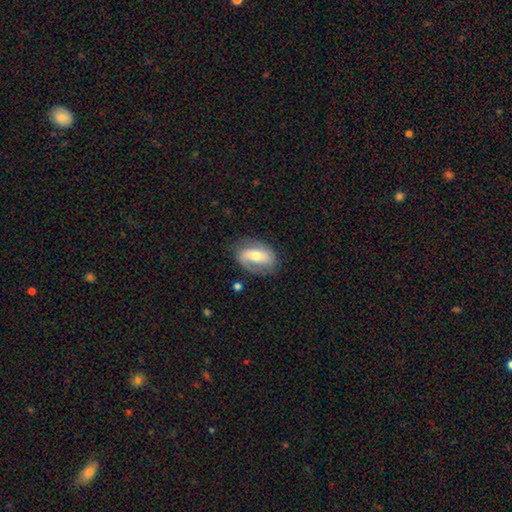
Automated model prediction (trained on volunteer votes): Smooth or featured? featured or disk (61%)
Edge-on disk? no (94%)
Bar? no (37%)
Spiral arms? yes (79%)
Bulge size? moderate (61%)
Merging? none (72%)